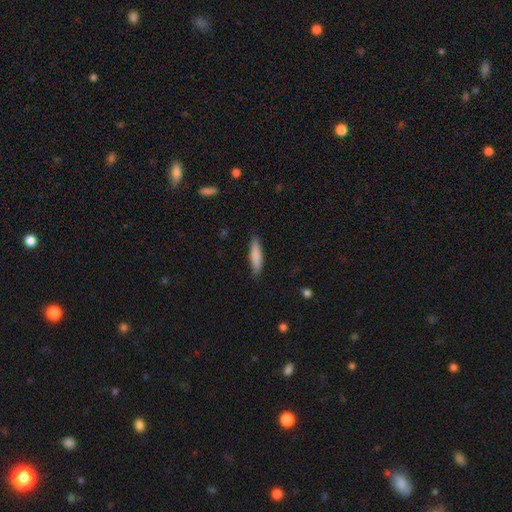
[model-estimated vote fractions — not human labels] A smooth galaxy with no disk features (82%) that is cigar-shaped (78%). Merging: none (84%).